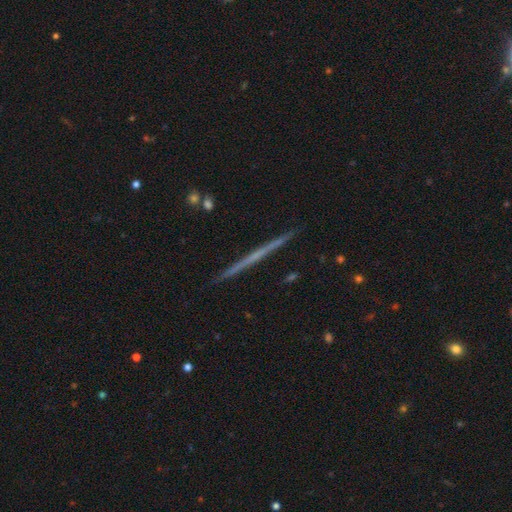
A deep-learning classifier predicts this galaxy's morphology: smooth_or_featured: featured or disk (p=0.65) [alt: smooth p=0.28]
disk_edge_on: yes (p=0.98) [alt: no p=0.02]
edge_on_bulge: none (p=0.83) [alt: rounded p=0.13]
merging: none (p=0.92) [alt: minor disturbance p=0.05]